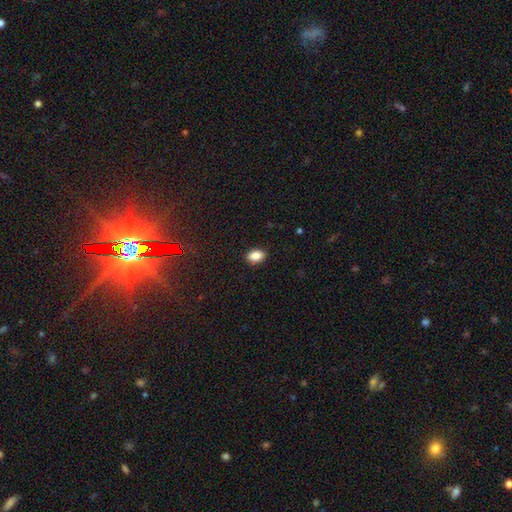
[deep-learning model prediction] A smooth galaxy with no disk features (87%) that is in between round and cigar-shaped (86%).

Vote fractions:
- Smooth or featured? smooth: 87% / star or artifact: 9% / featured or disk: 5%
- How rounded? in between: 86% / round: 12% / cigar-shaped: 2%
- Merging? none: 88% / minor disturbance: 9% / major disturbance: 2% / merger: 1%